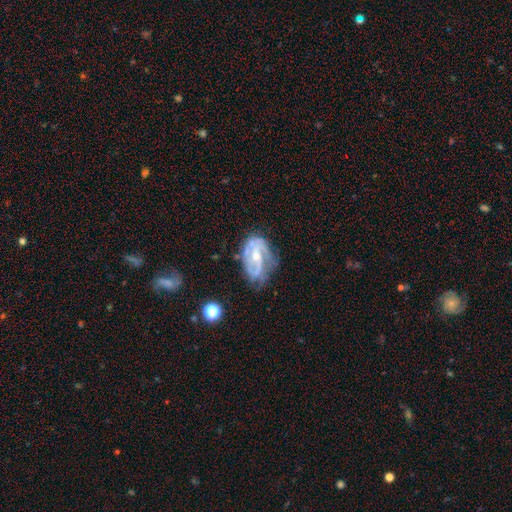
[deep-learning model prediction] A featured or disk galaxy (82%) with a weak bar (44%), 2 (59%) medium (44%) spiral arms (88%) and a moderate central bulge (47%, tied with small).

Vote fractions:
- Smooth or featured? featured or disk: 82% / smooth: 12% / star or artifact: 6%
- Edge-on disk? no: 96% / yes: 4%
- Bar? weak: 44% / no: 38% / strong: 18%
- Spiral arms? yes: 88% / no: 12%
- Spiral winding? medium: 44% / tight: 37% / loose: 19%
- Spiral arm count? 2: 59% / can't tell: 20% / 3: 10% / 1: 5% / 4: 2% / more than 4: 2%
- Bulge size? moderate: 47% (tied) / small: 47% (tied) / none: 3% / large: 2% / dominant: 1%
- Merging? none: 51% / minor disturbance: 28% / major disturbance: 17% / merger: 3%